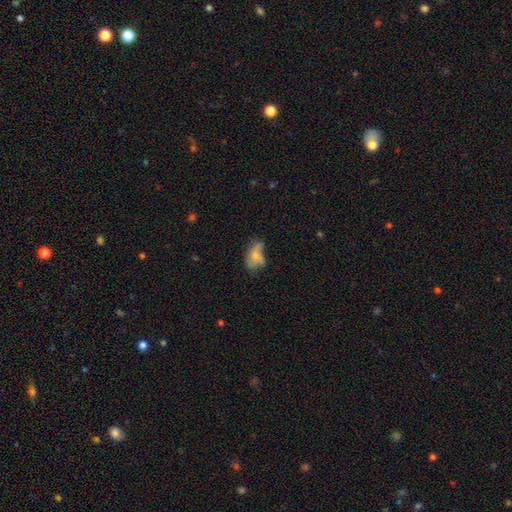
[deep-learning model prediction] A smooth galaxy with no disk features (55%) that is in between round and cigar-shaped (85%). Merging: none (32%).